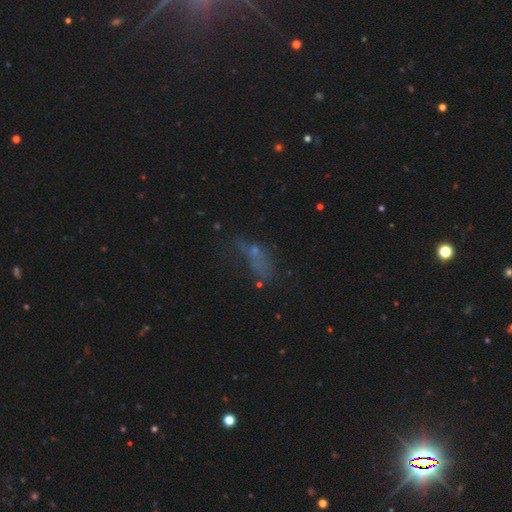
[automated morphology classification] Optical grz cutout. It shows a smooth galaxy with no disk features (43%). Merging: major disturbance (36%).